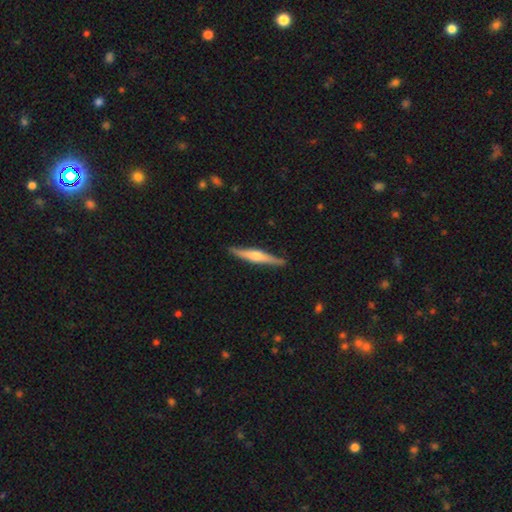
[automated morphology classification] This is likely a featured or disk galaxy (65%). It is clearly viewed edge-on (97%). Edge-on bulge: clearly rounded (82%). Merging: clearly none (89%).